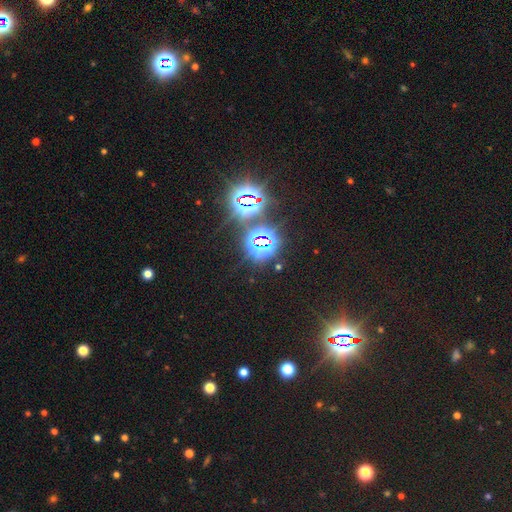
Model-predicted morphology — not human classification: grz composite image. It shows a star or artifact, not a galaxy (75%).